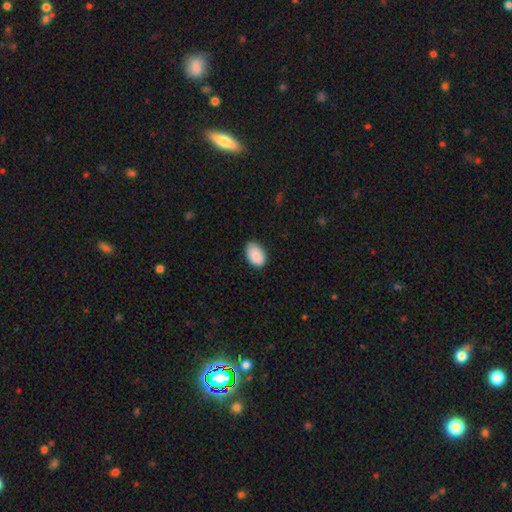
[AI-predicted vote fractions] Smooth or featured? Predicted: smooth (p=0.90). How rounded? Predicted: in between (p=0.90). Merging? Predicted: none (p=0.73).